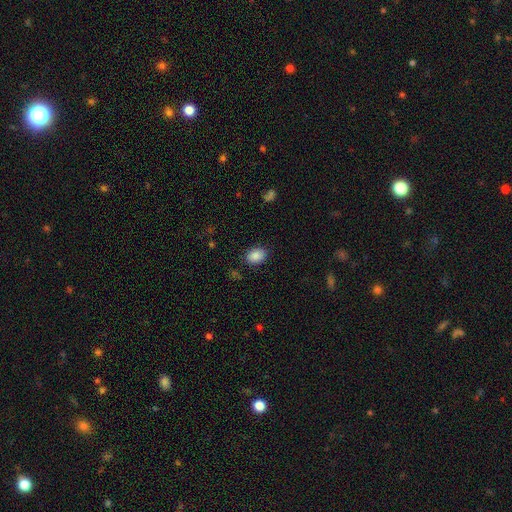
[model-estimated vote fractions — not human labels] Smooth or featured?
  - smooth: 88% *
  - star or artifact: 8%
  - featured or disk: 4%
How rounded?
  - in between: 77% *
  - round: 22%
  - cigar-shaped: 1%
Merging?
  - none: 86% *
  - minor disturbance: 10%
  - major disturbance: 3%
  - merger: 1%